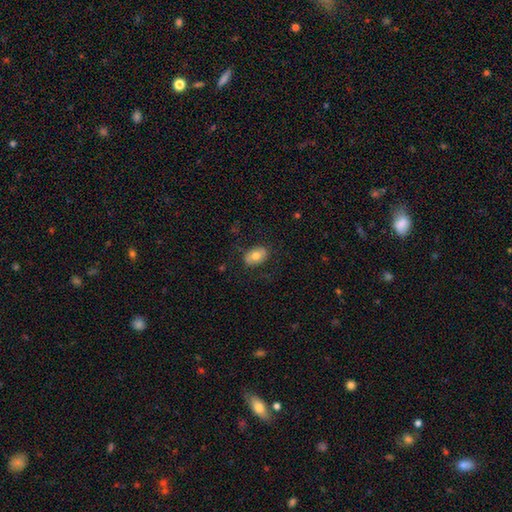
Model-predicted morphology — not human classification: This is likely a smooth galaxy (69%). How rounded: clearly in between (82%). Merging: likely none (80%).